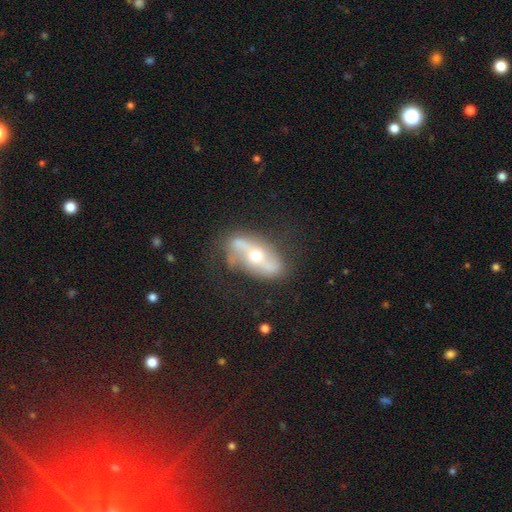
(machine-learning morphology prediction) Smooth or featured? featured or disk (79%)
Edge-on disk? no (86%)
Bar? no (39%)
Spiral arms? yes (81%)
Spiral winding? loose (66%)
Spiral arm count? 2 (90%)
Bulge size? moderate (67%)
Merging? none (70%)